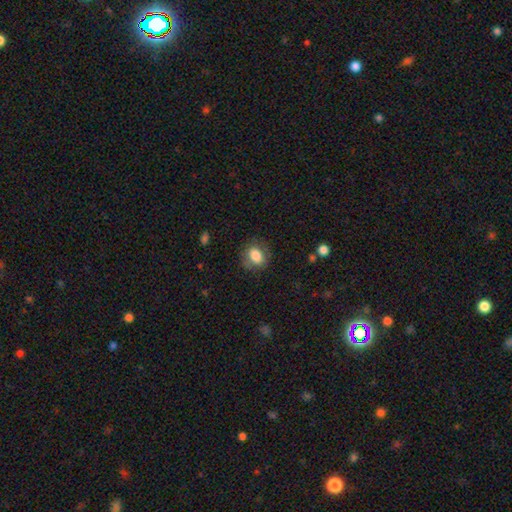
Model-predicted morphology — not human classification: This is likely a smooth galaxy (79%). How rounded: likely in between (62%). Merging: likely none (73%).